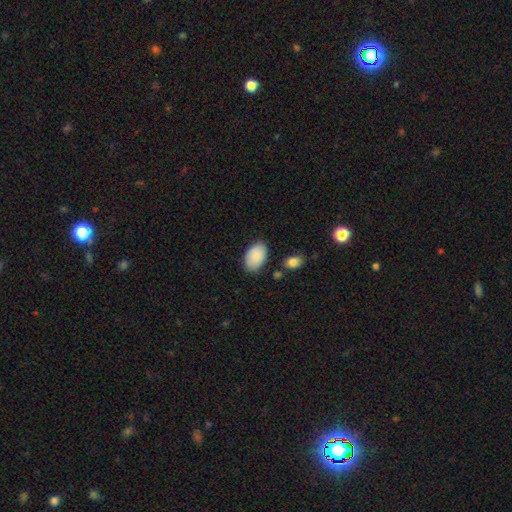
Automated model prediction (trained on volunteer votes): Morphology: type=smooth (88%); roundness=in between (93%); merging=none (80%).